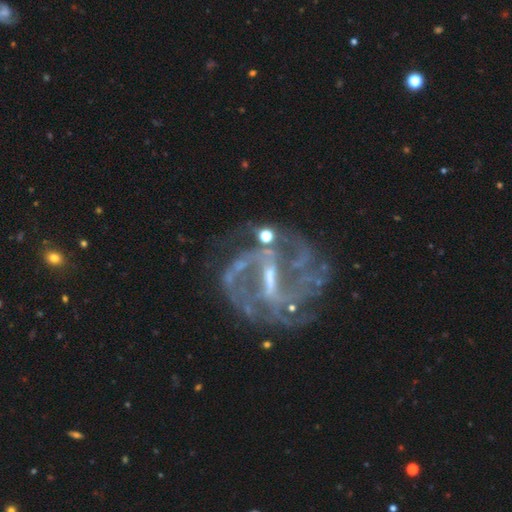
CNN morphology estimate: This appears to be a featured or disk galaxy (83%) with a strong bar (50%), 2 (33%) medium (43%) spiral arms (88%) and a small central bulge (59%). Merging: none (63%).